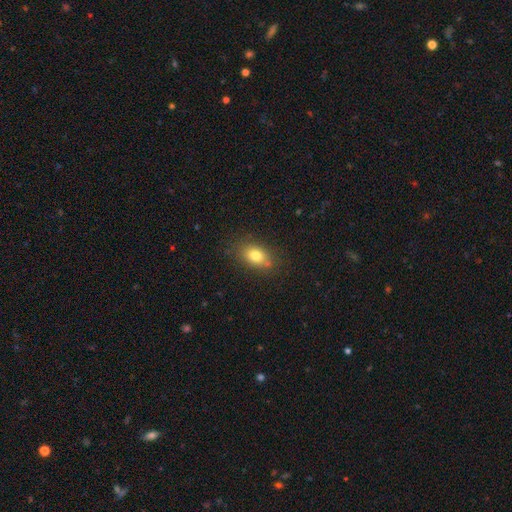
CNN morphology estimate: smooth_or_featured: smooth (p=0.78) [alt: featured or disk p=0.11]
how_rounded: in between (p=0.81) [alt: round p=0.17]
merging: none (p=0.77) [alt: minor disturbance p=0.15]